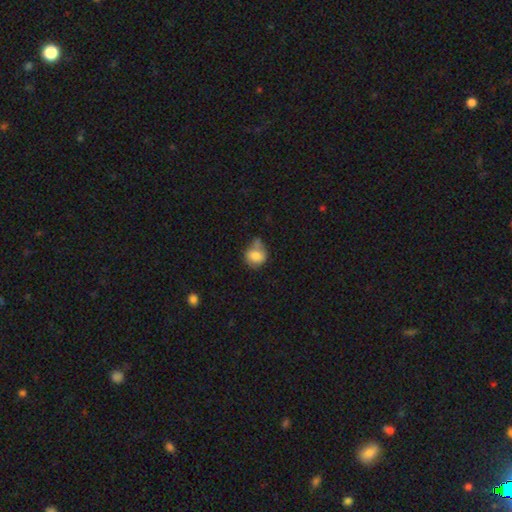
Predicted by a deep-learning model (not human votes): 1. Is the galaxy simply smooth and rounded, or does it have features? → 78% smooth, 14% featured or disk, 9% star or artifact.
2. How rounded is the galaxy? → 75% round, 24% in between, 1% cigar-shaped.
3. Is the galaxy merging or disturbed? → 48% none, 26% minor disturbance, 18% merger, 8% major disturbance.